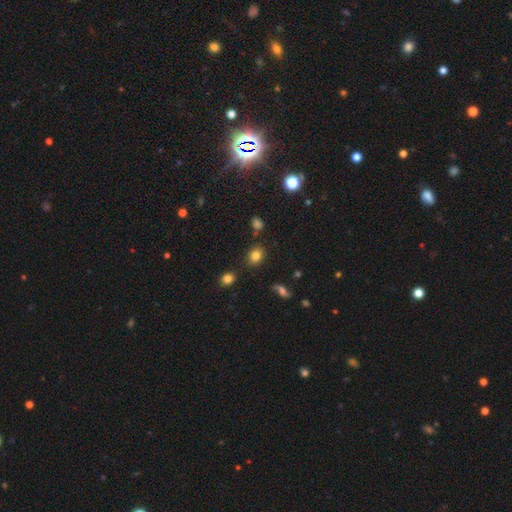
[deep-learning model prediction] This appears to be a smooth galaxy with no disk features (81%) that is round (53%). Merging: none (81%).